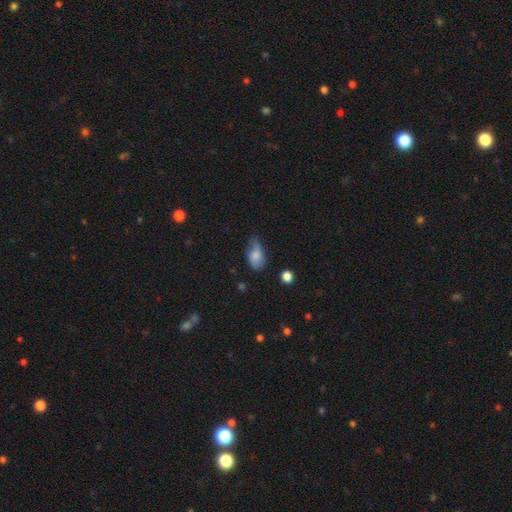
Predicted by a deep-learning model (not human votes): Smooth or featured? smooth (75%)
How rounded? in between (89%)
Merging? none (47%)